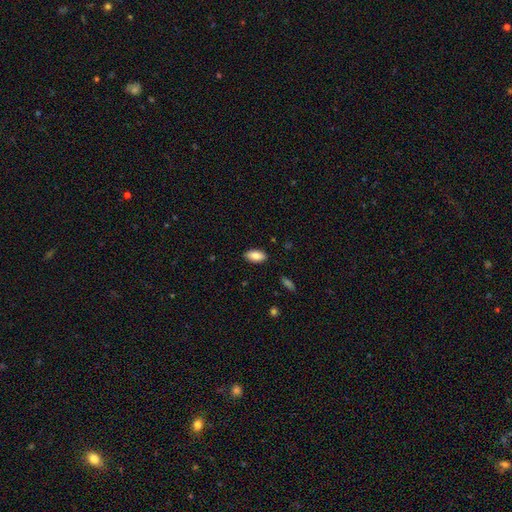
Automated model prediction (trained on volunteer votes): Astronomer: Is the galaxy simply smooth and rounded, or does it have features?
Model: smooth — 86%.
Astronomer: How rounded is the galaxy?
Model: in between — 93%.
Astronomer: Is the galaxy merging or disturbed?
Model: none — 88%.